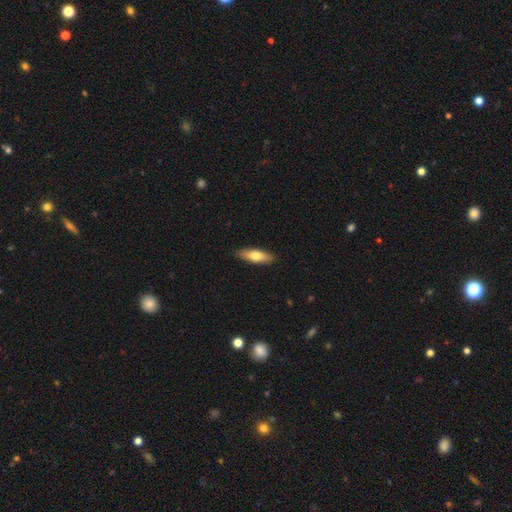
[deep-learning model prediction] Morphology: type=smooth (68%); roundness=in between (51%); merging=none (89%).